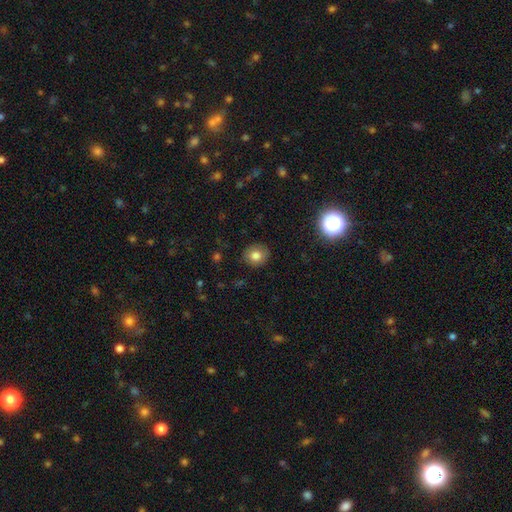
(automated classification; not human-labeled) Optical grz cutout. It shows a smooth galaxy with no disk features (78%) that is round (80%). Merging: none (88%).